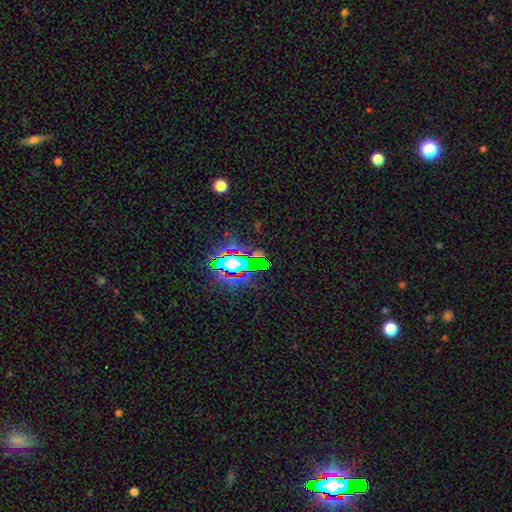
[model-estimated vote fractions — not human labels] smooth-or-featured: star or artifact: 74% | smooth: 16% | featured or disk: 11%